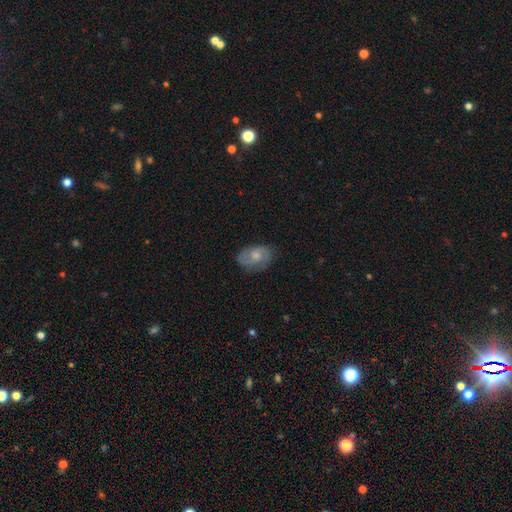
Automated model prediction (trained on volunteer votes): Smooth or featured?
  - smooth: 51% *
  - featured or disk: 42%
  - star or artifact: 7%
How rounded?
  - in between: 82% *
  - round: 17%
  - cigar-shaped: 2%
Merging?
  - none: 71% *
  - minor disturbance: 22%
  - major disturbance: 6%
  - merger: 1%